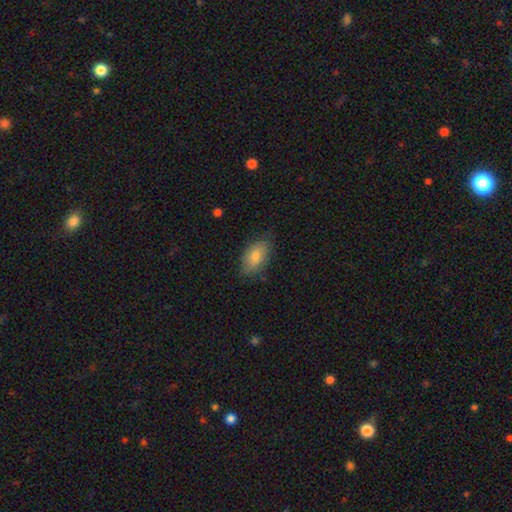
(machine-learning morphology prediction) This is likely a smooth galaxy (73%). How rounded: clearly in between (90%). Merging: likely none (79%).